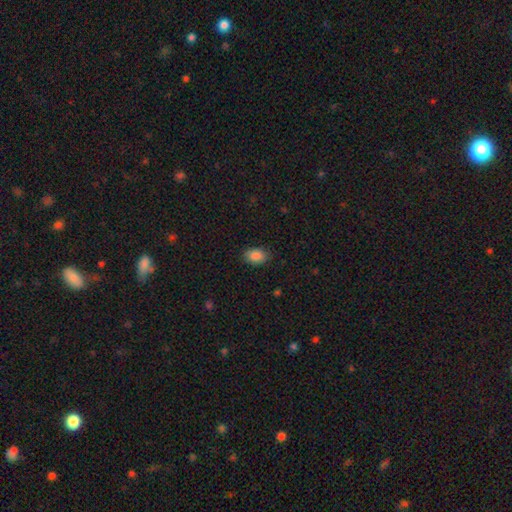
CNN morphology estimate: type=smooth (87%); roundness=in between (86%); merging=none (85%).